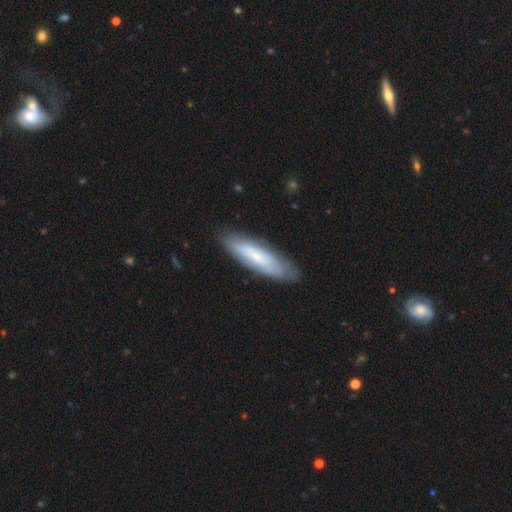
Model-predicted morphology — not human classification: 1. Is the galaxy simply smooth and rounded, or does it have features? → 53% smooth, 41% featured or disk, 7% star or artifact.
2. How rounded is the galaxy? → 66% cigar-shaped, 32% in between, 2% round.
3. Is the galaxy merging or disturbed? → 80% none, 15% minor disturbance, 3% major disturbance, 1% merger.